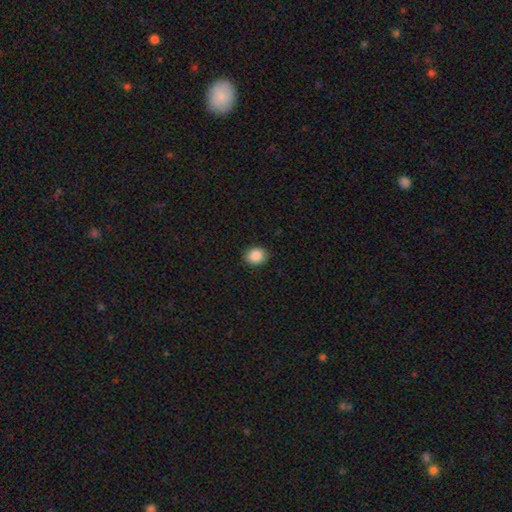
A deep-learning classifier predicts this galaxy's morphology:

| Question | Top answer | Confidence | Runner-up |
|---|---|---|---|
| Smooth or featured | smooth | 88% | star or artifact (9%) |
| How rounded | round | 58% | in between (41%) |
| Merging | none | 89% | minor disturbance (8%) |